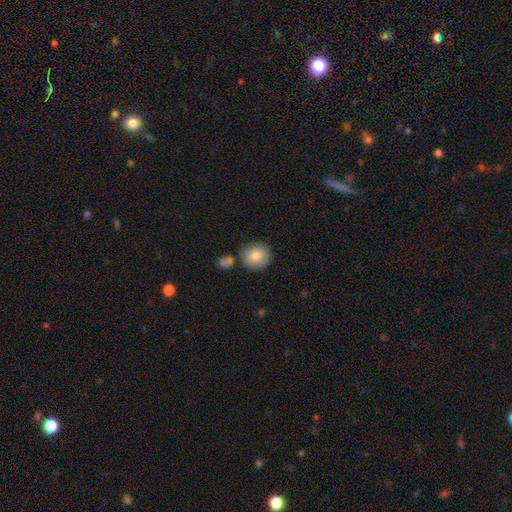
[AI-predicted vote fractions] Smooth or featured?
  - smooth: 81% *
  - featured or disk: 11%
  - star or artifact: 8%
How rounded?
  - round: 86% *
  - in between: 13%
  - cigar-shaped: 1%
Merging?
  - none: 77% *
  - minor disturbance: 11%
  - merger: 9%
  - major disturbance: 3%